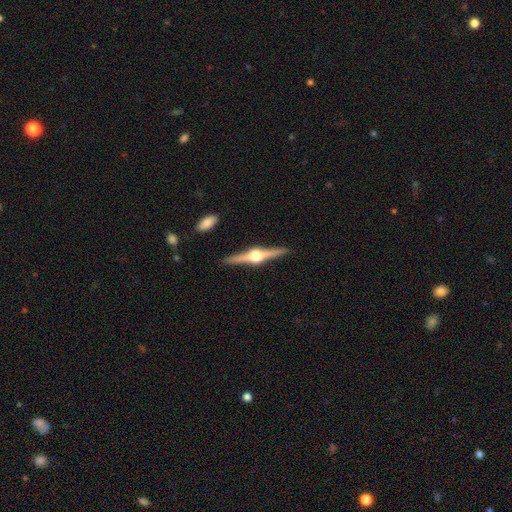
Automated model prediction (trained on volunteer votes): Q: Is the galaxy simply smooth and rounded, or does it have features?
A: featured or disk — 87%.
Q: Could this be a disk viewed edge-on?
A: yes — 98%.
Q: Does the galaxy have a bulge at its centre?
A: rounded — 96%.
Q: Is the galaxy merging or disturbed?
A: none — 91%.